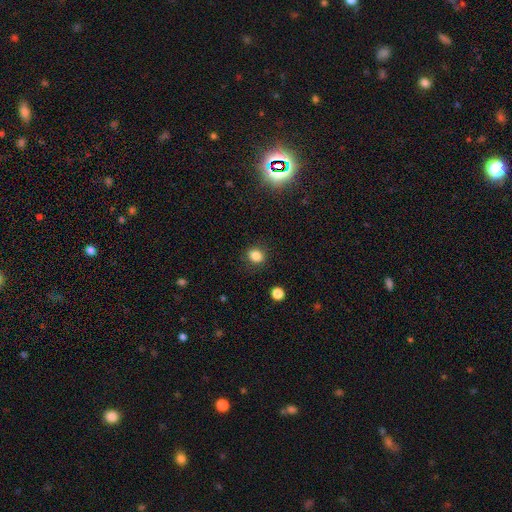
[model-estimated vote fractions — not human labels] A smooth galaxy with no disk features (84%) that is round (62%).

Vote fractions:
- Smooth or featured? smooth: 84% / star or artifact: 11% / featured or disk: 4%
- How rounded? round: 62% / in between: 37% / cigar-shaped: 1%
- Merging? none: 86% / minor disturbance: 10% / major disturbance: 3% / merger: 1%